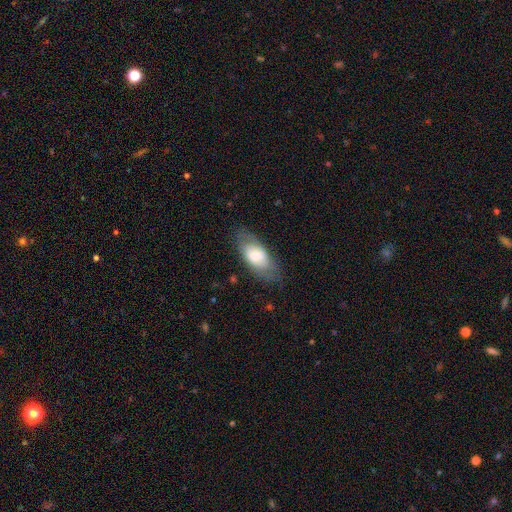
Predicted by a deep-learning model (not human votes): Smooth or featured?
  - smooth: 60% *
  - featured or disk: 34%
  - star or artifact: 6%
How rounded?
  - in between: 86% *
  - cigar-shaped: 10%
  - round: 4%
Merging?
  - none: 74% *
  - minor disturbance: 18%
  - major disturbance: 7%
  - merger: 1%